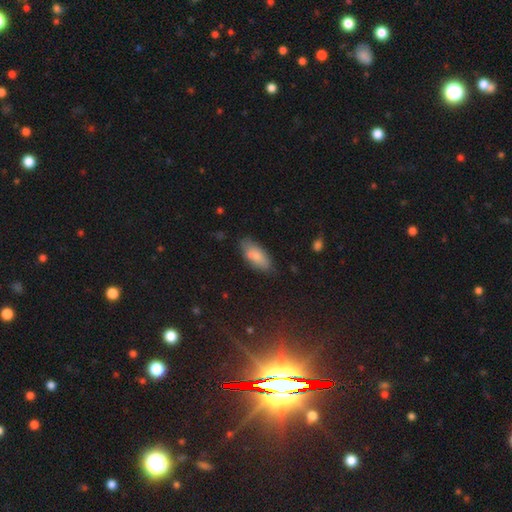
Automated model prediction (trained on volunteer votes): Morphology: type=smooth (81%); roundness=in between (83%); merging=none (71%).